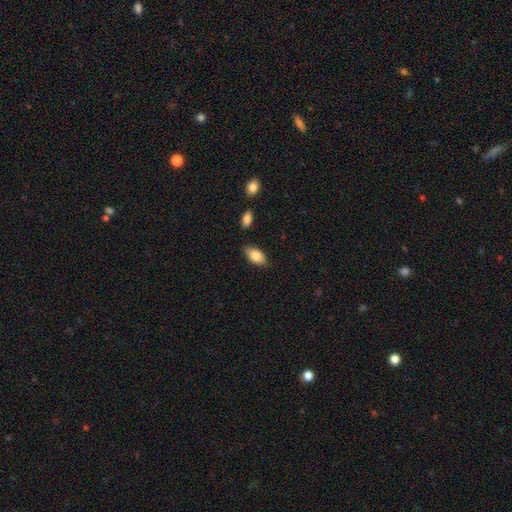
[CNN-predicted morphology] smooth 83%, featured or disk 10%, star or artifact 7%. Down the decision tree: how rounded — in between (93%); merging — none (82%).